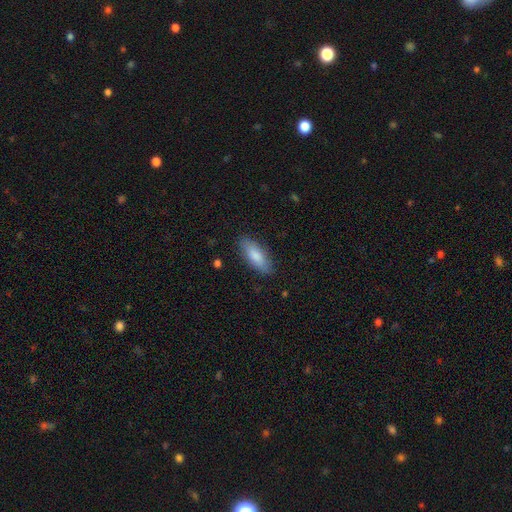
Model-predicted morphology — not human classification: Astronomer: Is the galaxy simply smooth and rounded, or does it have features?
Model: smooth — 82%.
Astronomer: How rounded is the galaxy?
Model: in between — 69%.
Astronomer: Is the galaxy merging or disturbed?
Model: none — 86%.